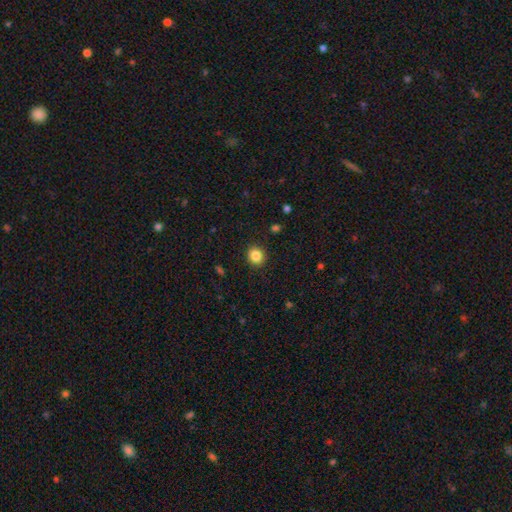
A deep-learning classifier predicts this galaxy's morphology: smooth 86%, star or artifact 10%, featured or disk 4%. Down the decision tree: how rounded — round (80%); merging — none (90%).